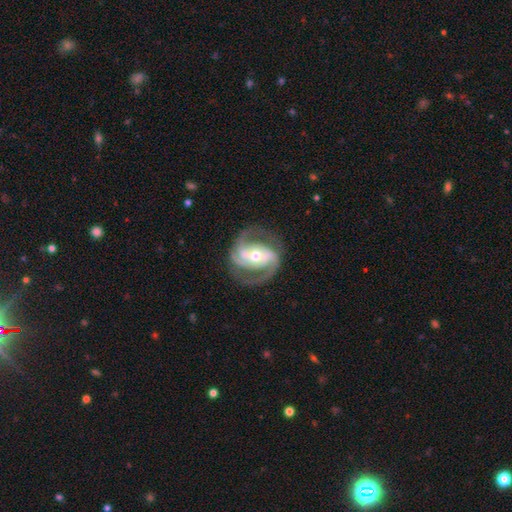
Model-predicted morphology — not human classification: This is clearly a featured or disk galaxy (91%). It is clearly not viewed edge-on (98%). Bar: marginally strong (38%). Spiral arm pattern: clearly yes (98%). Spiral arm count: likely 2 (74%). Spiral winding: possibly medium (55%). Central bulge: likely moderate (61%). Merging: likely none (77%).